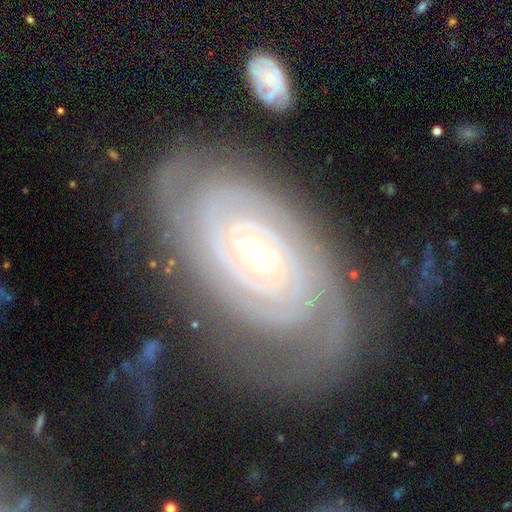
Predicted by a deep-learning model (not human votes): The model was most divided on "spiral arm count": 2: 31%, can't tell: 28%, 3: 17%, 4: 11%, more than 4: 7%, 1: 6%. More confident: spiral arms — yes (97%); edge-on disk — no (96%); smooth or featured — featured or disk (89%); spiral winding — tight (86%); merging — none (70%); bar — no (55%); bulge size — small (53%).